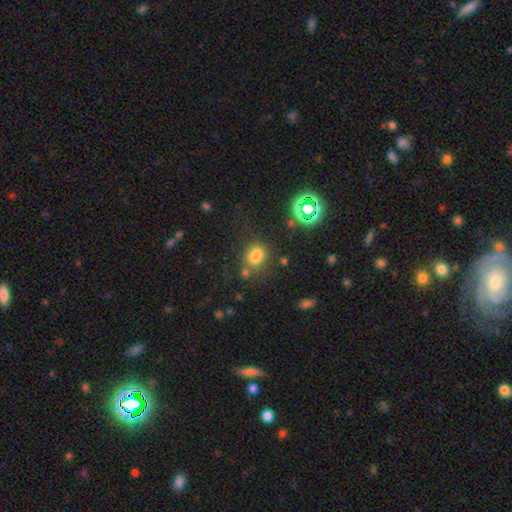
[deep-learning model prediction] Overall: smooth (74%). How rounded: in between (59%; round 40%). Merging: none (65%).